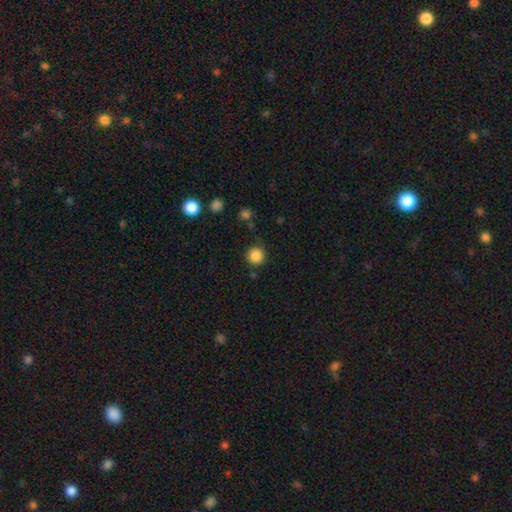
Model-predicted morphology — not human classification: This appears to be a smooth galaxy with no disk features (86%) that is round (95%). Merging: none (88%).